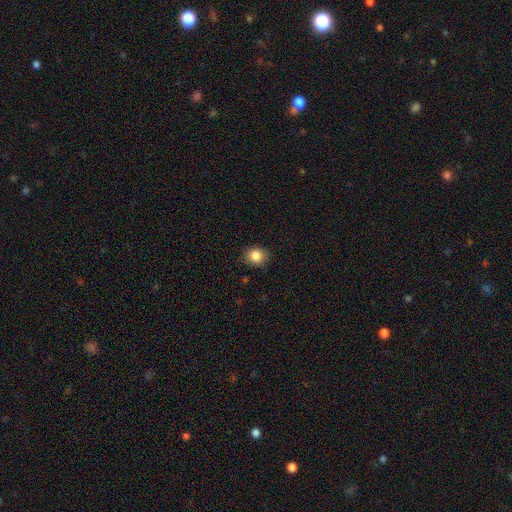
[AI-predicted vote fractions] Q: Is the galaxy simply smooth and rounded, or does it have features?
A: smooth — 85%.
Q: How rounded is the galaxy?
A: round — 77%.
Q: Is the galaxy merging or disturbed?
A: none — 87%.